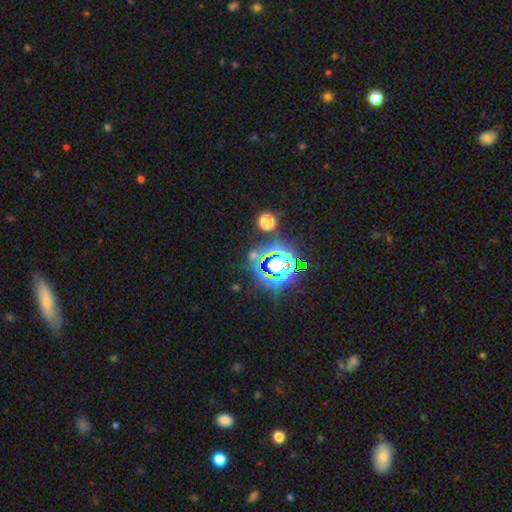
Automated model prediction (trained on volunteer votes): Smooth or featured? Predicted: star or artifact (p=0.70).